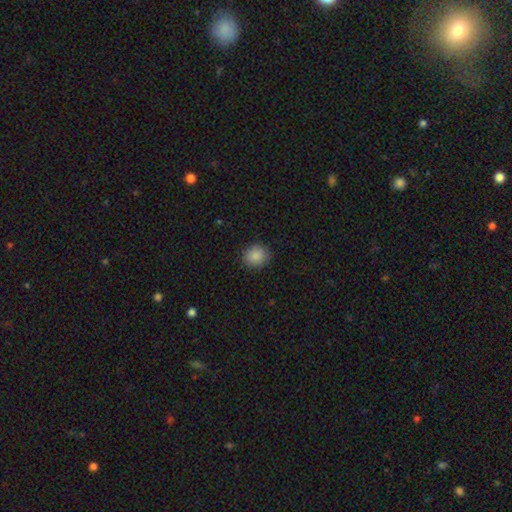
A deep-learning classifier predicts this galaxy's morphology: Overall: smooth (87%). How rounded: round (80%). Merging: none (88%).